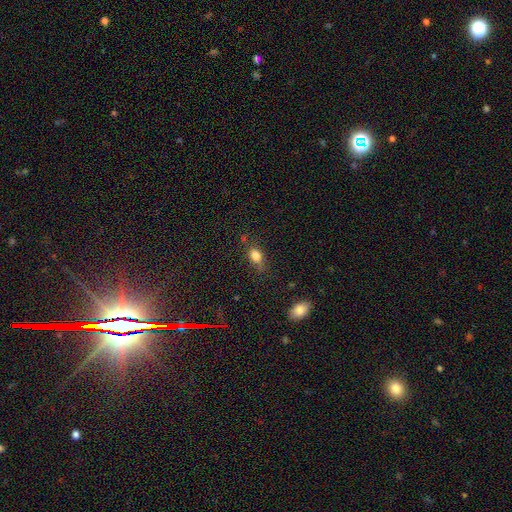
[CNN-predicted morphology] smooth-or-featured: smooth: 81% | star or artifact: 11% | featured or disk: 8%
  how-rounded: in between: 77% | round: 18% | cigar-shaped: 5%
  merging: none: 63% | minor disturbance: 26% | major disturbance: 8% | merger: 4%